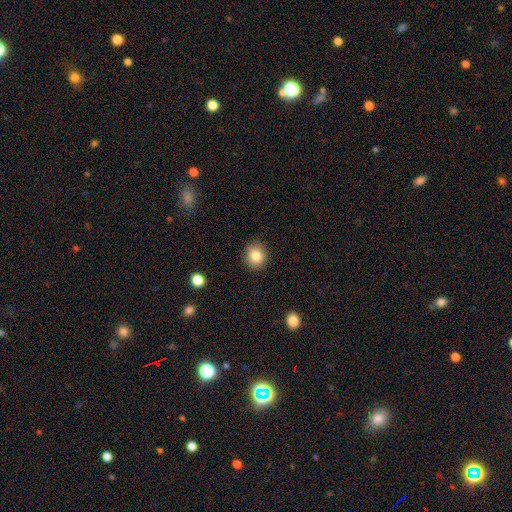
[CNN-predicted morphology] type=smooth (83%); roundness=round (76%); merging=none (89%).